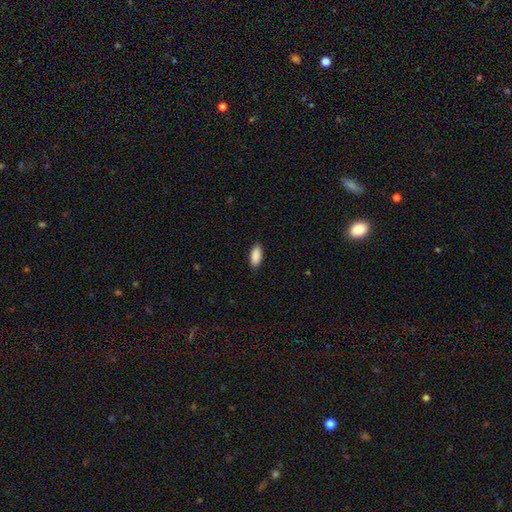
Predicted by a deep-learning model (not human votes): smooth-or-featured: smooth: 90% | star or artifact: 6% | featured or disk: 4%
  how-rounded: in between: 89% | cigar-shaped: 10% | round: 2%
  merging: none: 87% | minor disturbance: 10% | major disturbance: 2% | merger: 1%